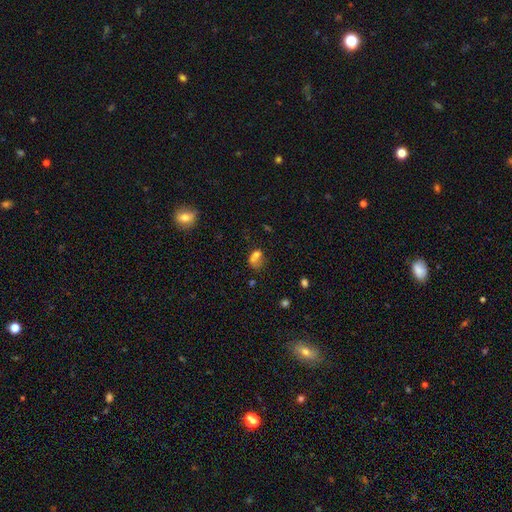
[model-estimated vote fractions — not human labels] A smooth galaxy with no disk features (65%) that is in between round and cigar-shaped (54%). Merging: merger (46%).